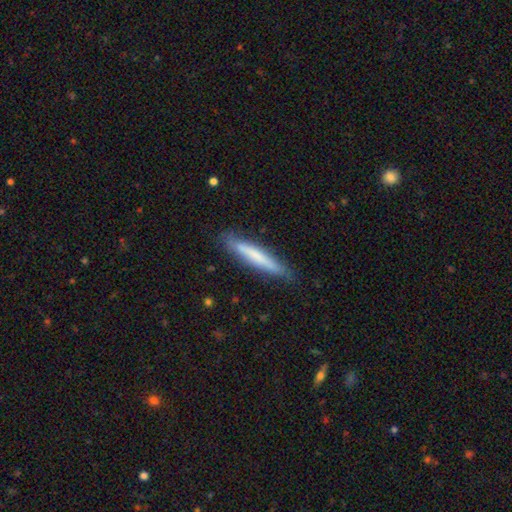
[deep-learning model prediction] Overall: smooth (65%; featured or disk 29%). How rounded: cigar-shaped (93%). Merging: none (83%).